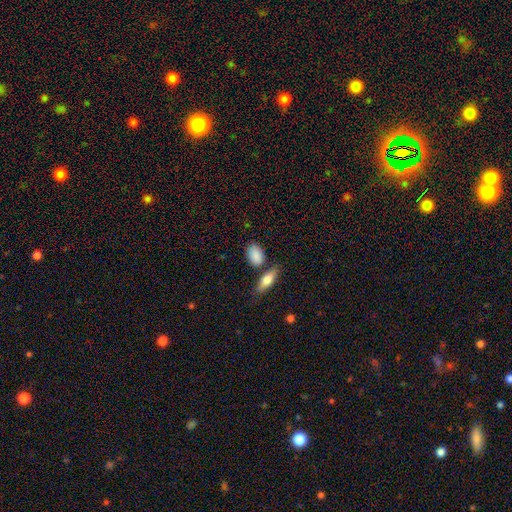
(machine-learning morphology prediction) Q: Smooth or featured?
A: smooth (86%); runner-up: featured or disk (7%)
Q: How rounded?
A: in between (82%); runner-up: round (13%)
Q: Merging?
A: none (68%); runner-up: minor disturbance (15%)